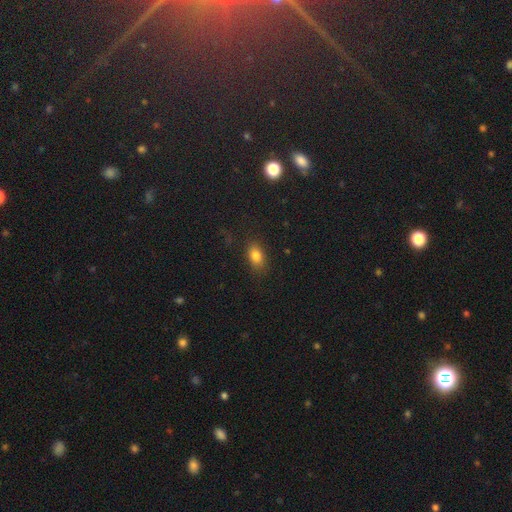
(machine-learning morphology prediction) The model was most divided on "how rounded": in between: 82%, round: 14%, cigar-shaped: 4%. More confident: merging — none (83%); smooth or featured — smooth (81%).